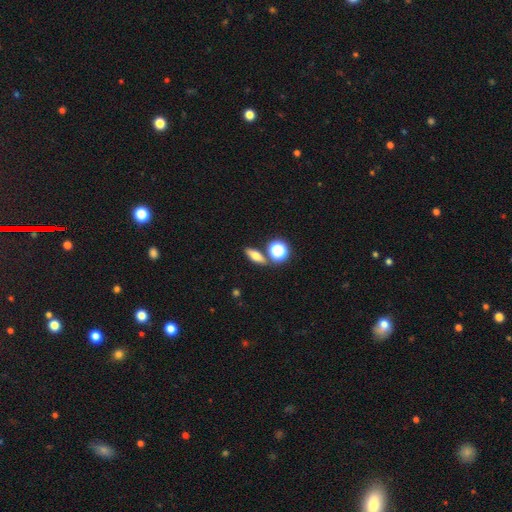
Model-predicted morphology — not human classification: Smooth or featured: smooth — 61% (featured or disk — 26%)
How rounded: in between — 56% (cigar-shaped — 27%)
Merging: none — 78% (merger — 10%)